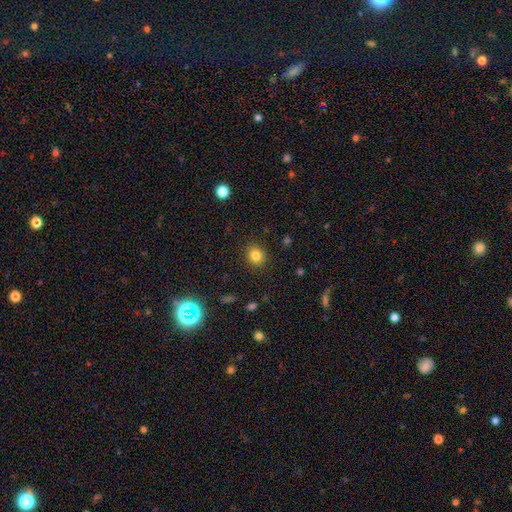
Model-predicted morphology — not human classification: Smooth or featured?
  - smooth: 82% *
  - star or artifact: 13%
  - featured or disk: 6%
How rounded?
  - round: 80% *
  - in between: 20%
  - cigar-shaped: 1%
Merging?
  - none: 89% *
  - minor disturbance: 7%
  - major disturbance: 2%
  - merger: 1%